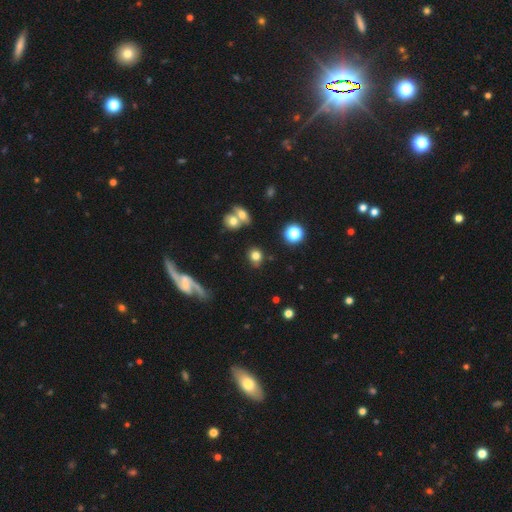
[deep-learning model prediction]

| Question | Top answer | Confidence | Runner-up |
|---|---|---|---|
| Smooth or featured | smooth | 76% | star or artifact (13%) |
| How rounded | round | 71% | in between (27%) |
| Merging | none | 76% | minor disturbance (11%) |